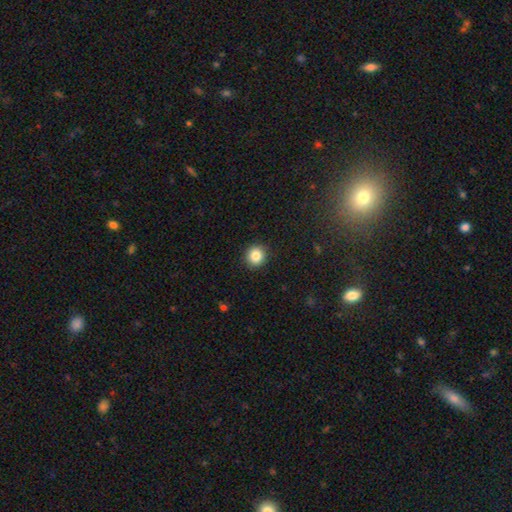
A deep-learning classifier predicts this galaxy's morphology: Smooth or featured? smooth (85%)
How rounded? round (93%)
Merging? none (92%)